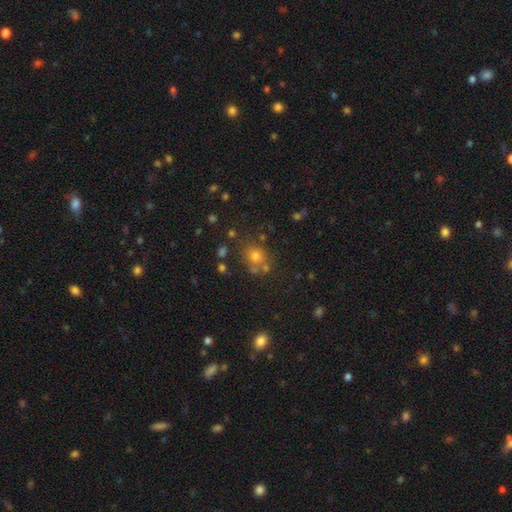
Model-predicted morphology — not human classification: A smooth galaxy with no disk features (60%) that is round (80%).

Vote fractions:
- Smooth or featured? smooth: 60% / star or artifact: 29% / featured or disk: 11%
- How rounded? round: 80% / in between: 19% / cigar-shaped: 1%
- Merging? none: 69% / merger: 15% / minor disturbance: 11% / major disturbance: 5%